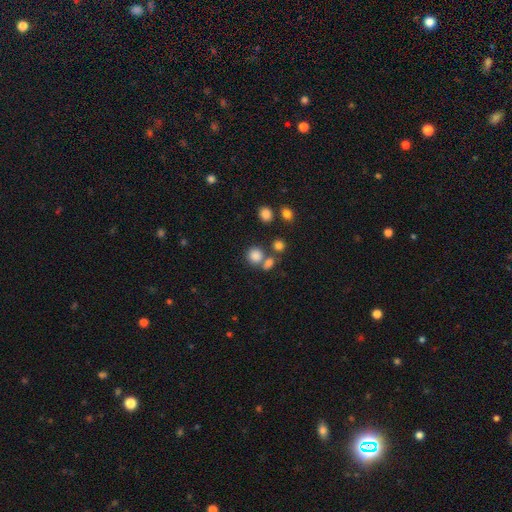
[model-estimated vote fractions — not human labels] Q: Smooth or featured?
A: smooth (80%); runner-up: star or artifact (13%)
Q: How rounded?
A: round (82%); runner-up: in between (17%)
Q: Merging?
A: none (56%); runner-up: merger (29%)